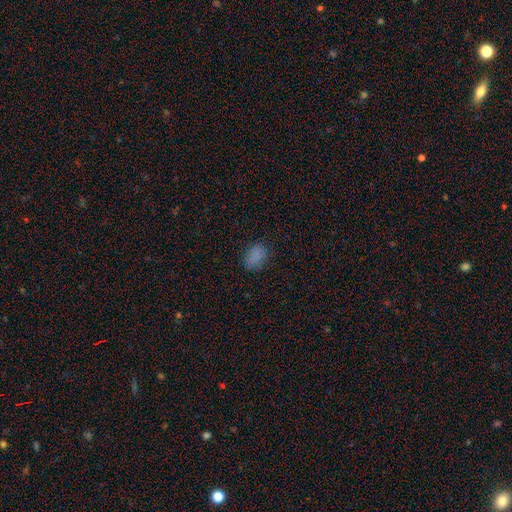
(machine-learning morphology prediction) Q: Smooth or featured?
A: smooth (81%); runner-up: star or artifact (14%)
Q: How rounded?
A: in between (81%); runner-up: round (18%)
Q: Merging?
A: none (80%); runner-up: minor disturbance (15%)